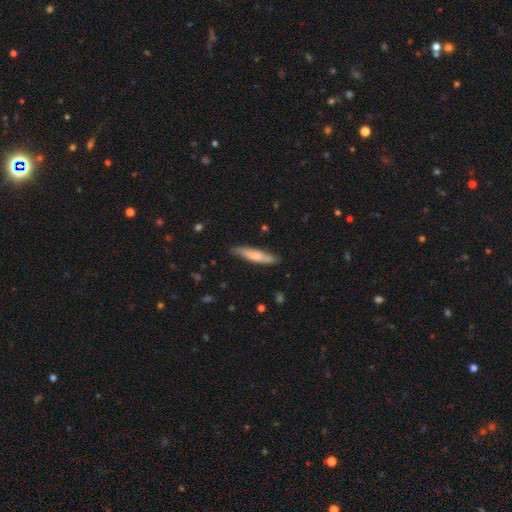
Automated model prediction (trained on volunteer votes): smooth 68%, featured or disk 27%, star or artifact 5%. Down the decision tree: how rounded — cigar-shaped (87%); merging — none (79%).